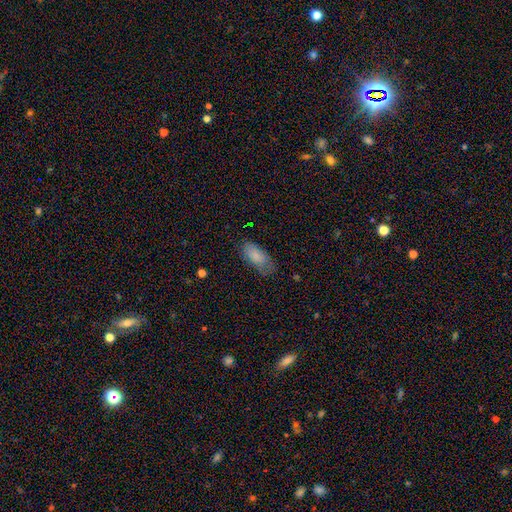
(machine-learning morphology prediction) Overall: smooth (80%). How rounded: in between (89%). Merging: none (61%; minor disturbance 28%).